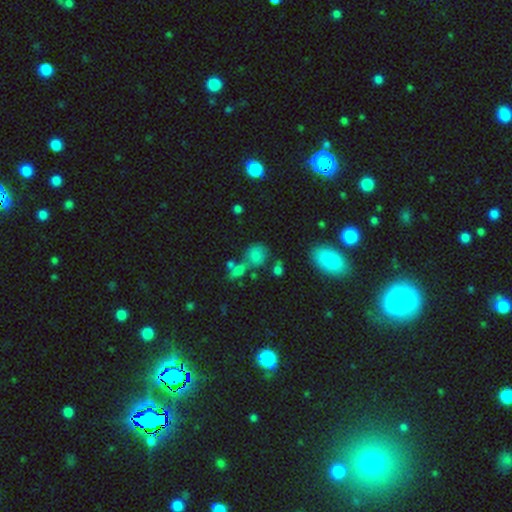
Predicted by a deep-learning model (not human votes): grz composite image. It shows a smooth galaxy with no disk features (72%) that is round (72%). Merging: none (51%).